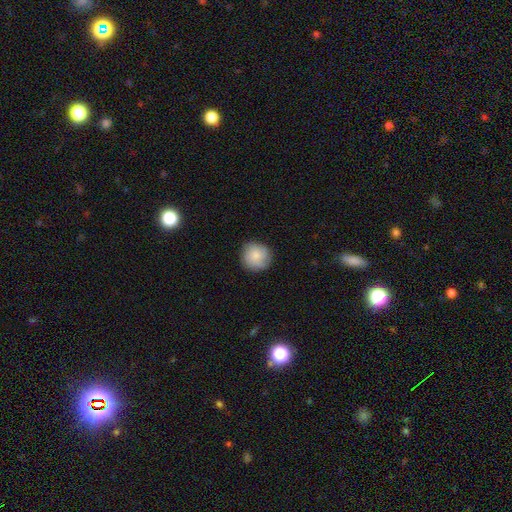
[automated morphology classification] This is clearly a smooth galaxy (81%). How rounded: clearly round (92%). Merging: clearly none (84%).